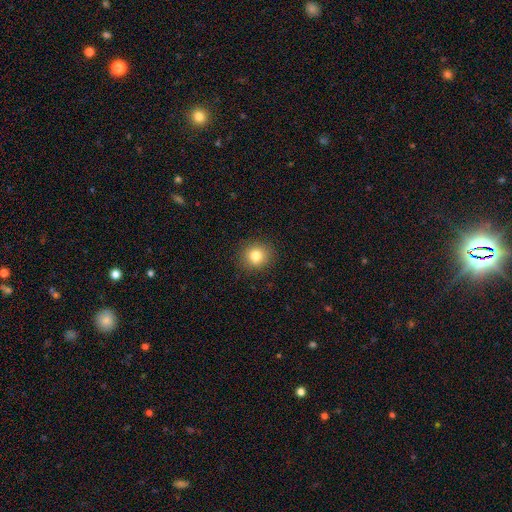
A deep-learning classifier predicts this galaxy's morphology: Q: Smooth or featured?
A: smooth (81%); runner-up: star or artifact (11%)
Q: How rounded?
A: round (86%); runner-up: in between (13%)
Q: Merging?
A: none (89%); runner-up: minor disturbance (8%)